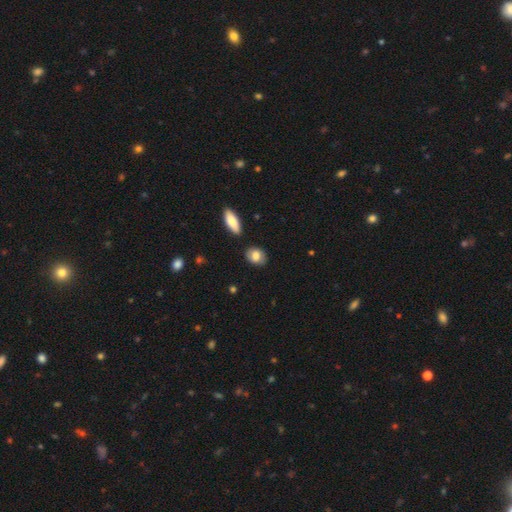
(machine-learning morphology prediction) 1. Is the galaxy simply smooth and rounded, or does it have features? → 79% smooth, 14% featured or disk, 7% star or artifact.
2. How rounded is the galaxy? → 74% in between, 24% round, 2% cigar-shaped.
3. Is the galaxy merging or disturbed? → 82% none, 12% minor disturbance, 3% merger, 2% major disturbance.